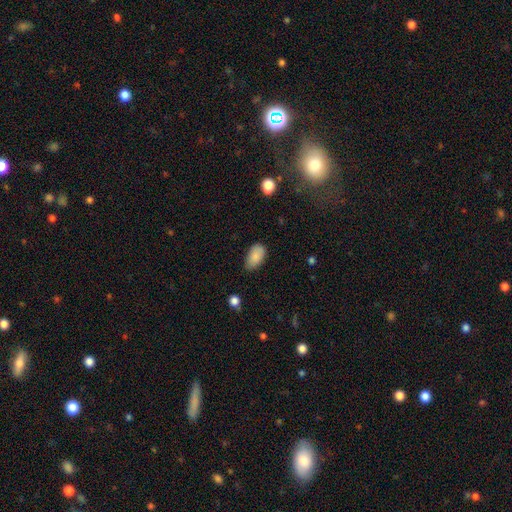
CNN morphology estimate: type=smooth (86%); roundness=in between (94%); merging=none (68%).